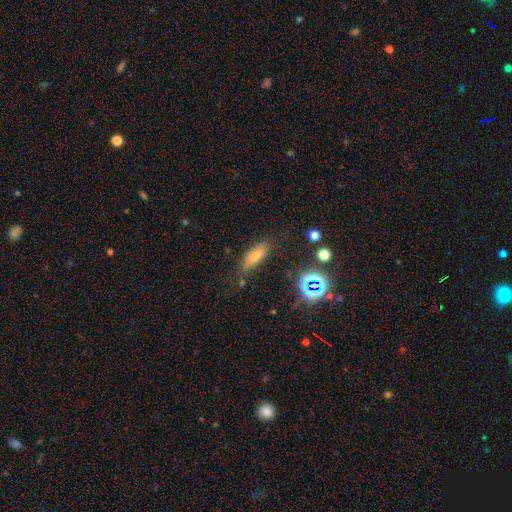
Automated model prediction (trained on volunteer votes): smooth-or-featured: smooth: 61% | star or artifact: 20% | featured or disk: 19%
  how-rounded: in between: 56% | cigar-shaped: 39% | round: 5%
  merging: none: 75% | minor disturbance: 17% | major disturbance: 5% | merger: 3%